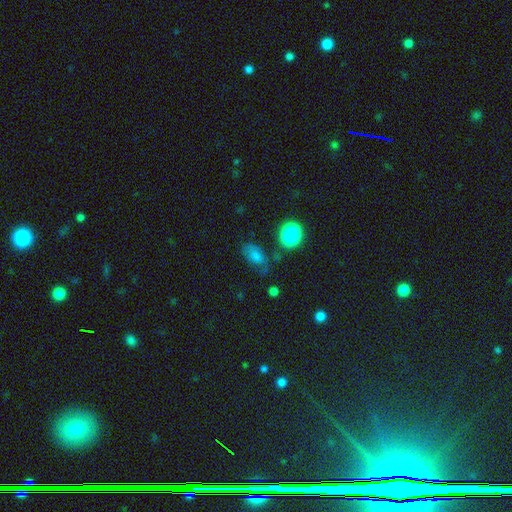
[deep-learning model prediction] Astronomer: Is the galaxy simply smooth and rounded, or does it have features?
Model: smooth — 62%.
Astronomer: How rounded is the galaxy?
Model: in between — 81%.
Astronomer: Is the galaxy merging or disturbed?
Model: none — 58%.